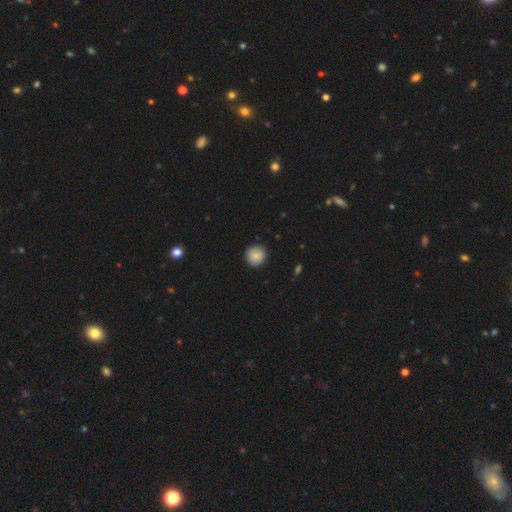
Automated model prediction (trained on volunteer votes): Smooth or featured?
  - smooth: 86% *
  - star or artifact: 8%
  - featured or disk: 6%
How rounded?
  - round: 94% *
  - in between: 5%
  - cigar-shaped: 1%
Merging?
  - none: 91% *
  - minor disturbance: 6%
  - major disturbance: 2%
  - merger: 1%